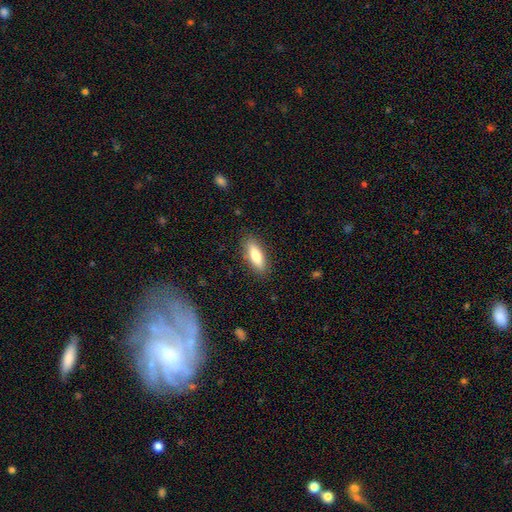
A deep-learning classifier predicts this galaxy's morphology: type=smooth (75%); roundness=in between (59%); merging=none (87%).